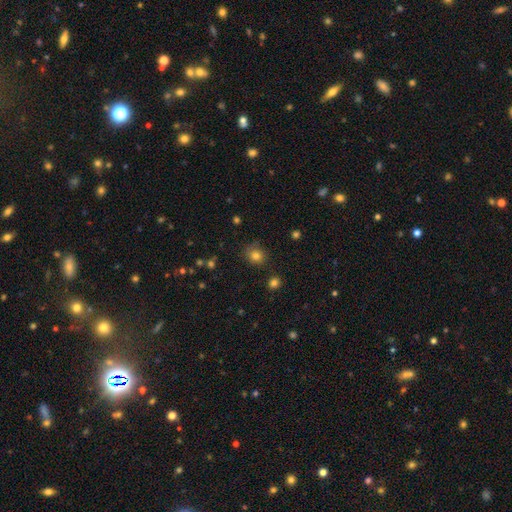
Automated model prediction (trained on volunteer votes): Smooth or featured? smooth (80%)
How rounded? round (81%)
Merging? none (76%)